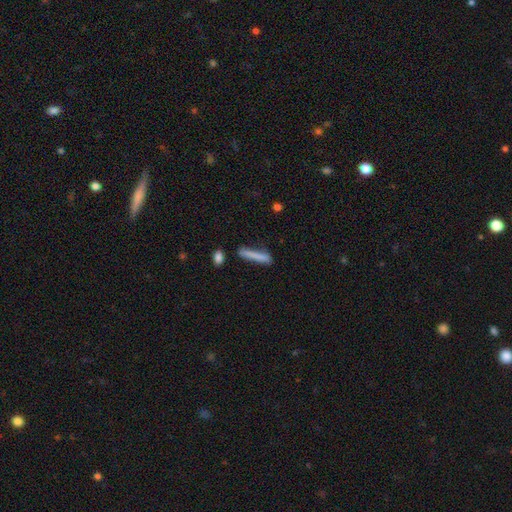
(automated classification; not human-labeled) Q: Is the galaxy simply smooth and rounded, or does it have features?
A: smooth — 78%.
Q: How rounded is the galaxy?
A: cigar-shaped — 93%.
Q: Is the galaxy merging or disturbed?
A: none — 75%.